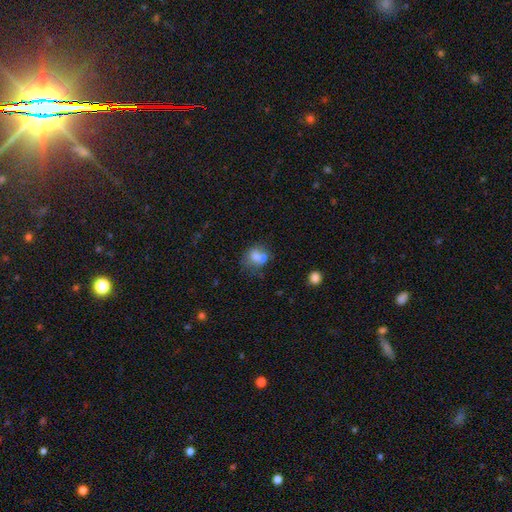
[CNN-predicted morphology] Smooth or featured?
  - smooth: 68% *
  - featured or disk: 20%
  - star or artifact: 12%
How rounded?
  - round: 56% *
  - in between: 43%
  - cigar-shaped: 1%
Merging?
  - merger: 47% *
  - none: 32%
  - minor disturbance: 14%
  - major disturbance: 8%